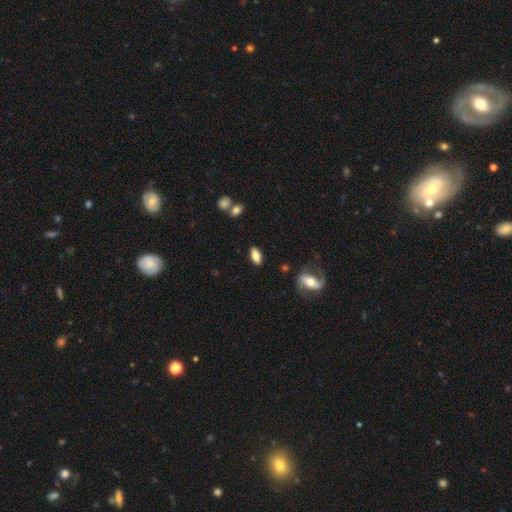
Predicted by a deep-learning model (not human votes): smooth-or-featured: smooth: 72% | featured or disk: 21% | star or artifact: 7%
  how-rounded: in between: 85% | cigar-shaped: 11% | round: 4%
  merging: none: 85% | minor disturbance: 10% | major disturbance: 3% | merger: 2%